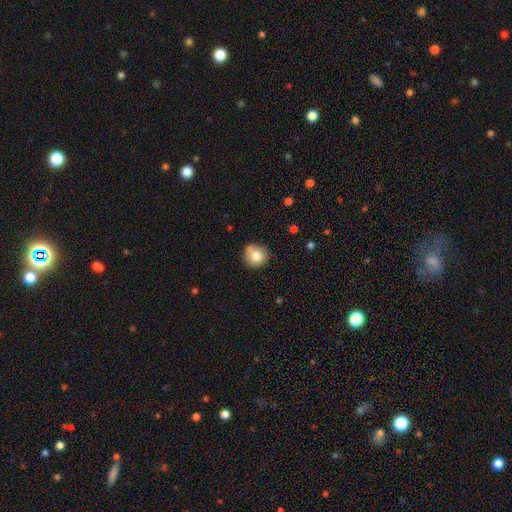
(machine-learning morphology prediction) Q: Smooth or featured?
A: smooth (81%); runner-up: featured or disk (9%)
Q: How rounded?
A: round (90%); runner-up: in between (9%)
Q: Merging?
A: none (75%); runner-up: minor disturbance (18%)